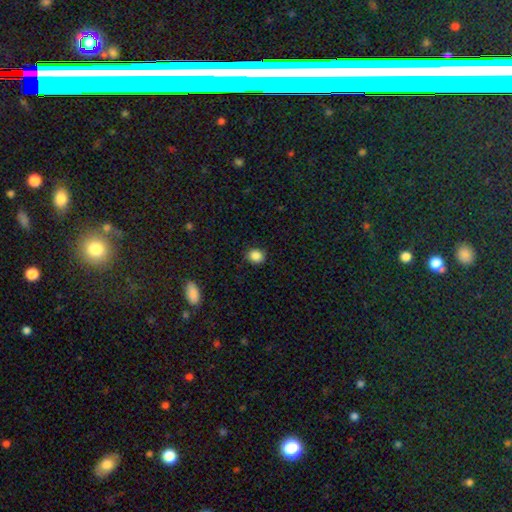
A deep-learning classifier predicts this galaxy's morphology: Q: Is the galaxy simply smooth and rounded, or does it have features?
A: smooth — 87%.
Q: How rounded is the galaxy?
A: round — 74%.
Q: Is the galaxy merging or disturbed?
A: none — 87%.